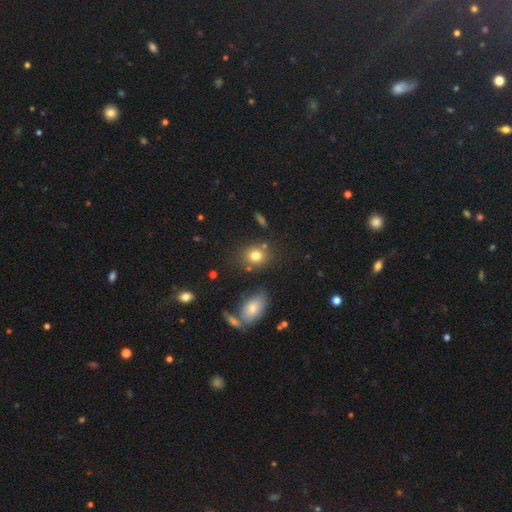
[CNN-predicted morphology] Q: Smooth or featured?
A: smooth (79%); runner-up: star or artifact (12%)
Q: How rounded?
A: round (59%); runner-up: in between (40%)
Q: Merging?
A: none (74%); runner-up: minor disturbance (12%)